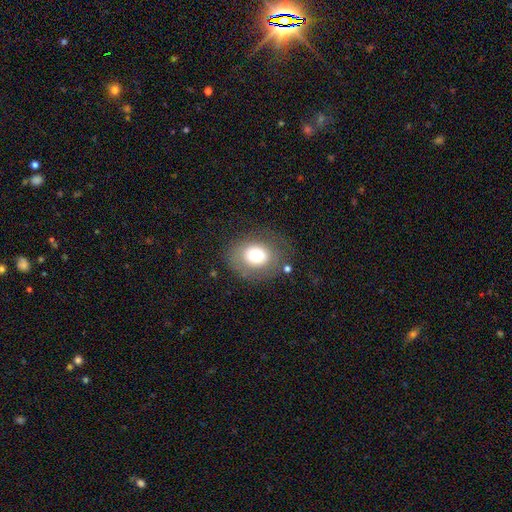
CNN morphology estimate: The model was most divided on "how rounded": round: 50%, in between: 49%, cigar-shaped: 1%. More confident: merging — none (72%); smooth or featured — smooth (71%).